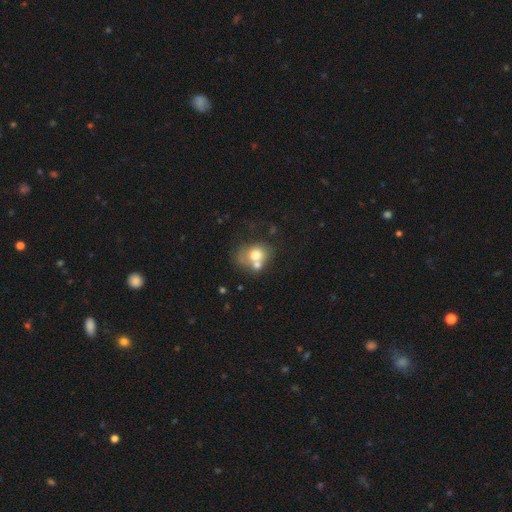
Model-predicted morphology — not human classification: A smooth galaxy with no disk features (68%) that is round (57%).

Vote fractions:
- Smooth or featured? smooth: 68% / featured or disk: 22% / star or artifact: 10%
- How rounded? round: 57% / in between: 42% / cigar-shaped: 1%
- Merging? merger: 44% / none: 32% / minor disturbance: 15% / major disturbance: 10%